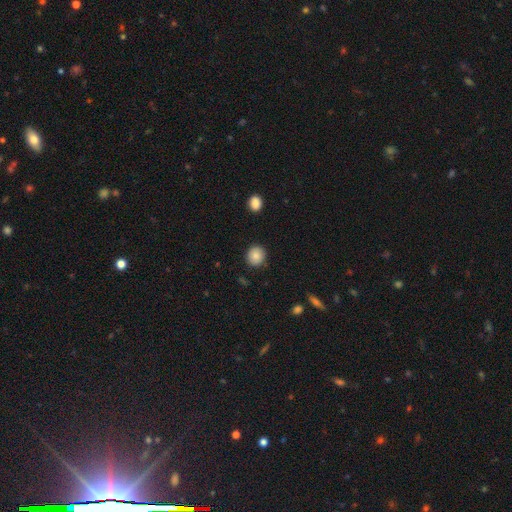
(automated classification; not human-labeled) Morphology: type=smooth (85%); roundness=round (87%); merging=none (90%).